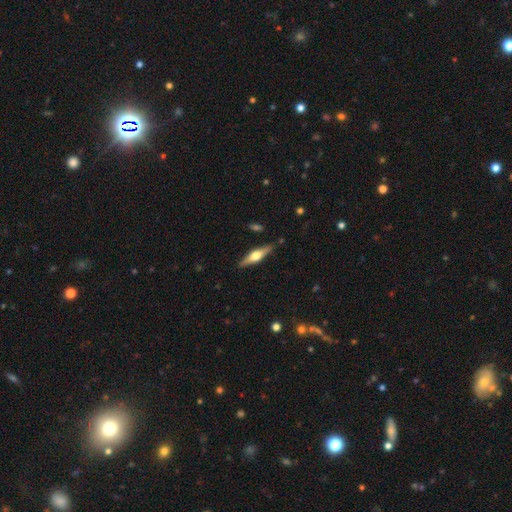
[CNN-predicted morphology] Smooth or featured?
  - featured or disk: 63% *
  - smooth: 32%
  - star or artifact: 6%
Edge-on disk?
  - yes: 96% *
  - no: 4%
Edge-on bulge?
  - rounded: 93% *
  - boxy: 5%
  - none: 2%
Merging?
  - none: 88% *
  - minor disturbance: 9%
  - major disturbance: 2%
  - merger: 2%